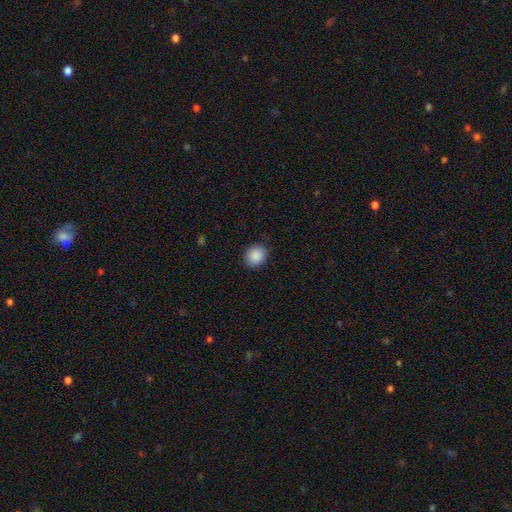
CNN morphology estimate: The model was most divided on "how rounded": round: 64%, in between: 35%, cigar-shaped: 1%. More confident: smooth or featured — smooth (89%); merging — none (88%).